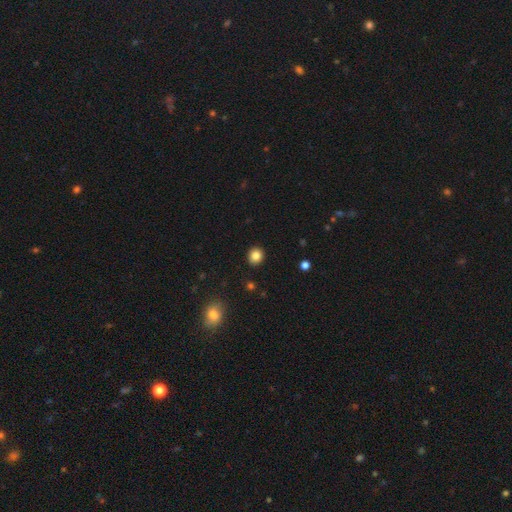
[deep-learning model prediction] A smooth galaxy with no disk features (84%) that is round (86%).

Vote fractions:
- Smooth or featured? smooth: 84% / star or artifact: 11% / featured or disk: 5%
- How rounded? round: 86% / in between: 14% / cigar-shaped: 1%
- Merging? none: 92% / minor disturbance: 6% / major disturbance: 2% / merger: 1%